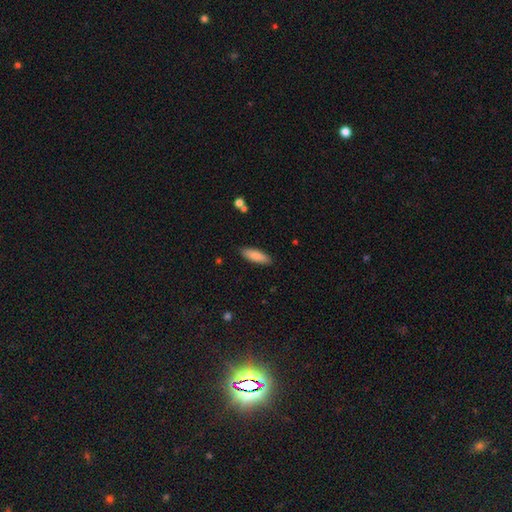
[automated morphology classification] Smooth or featured: smooth — 86% (featured or disk — 8%)
How rounded: in between — 54% (cigar-shaped — 44%)
Merging: none — 88% (minor disturbance — 8%)